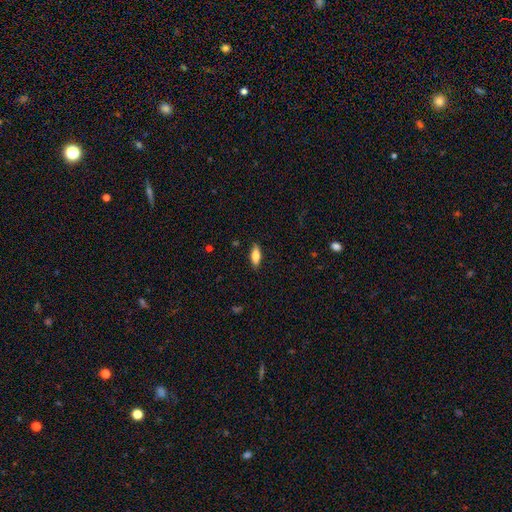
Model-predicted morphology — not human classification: smooth 76%, featured or disk 18%, star or artifact 7%. Down the decision tree: how rounded — in between (71%); merging — none (87%).